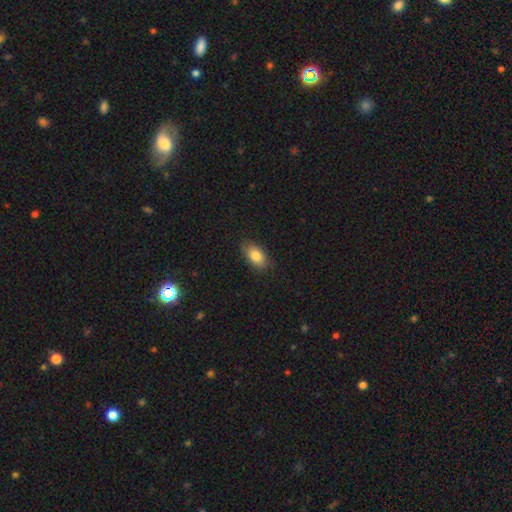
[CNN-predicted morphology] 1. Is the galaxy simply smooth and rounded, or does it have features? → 83% smooth, 10% featured or disk, 7% star or artifact.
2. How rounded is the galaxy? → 90% in between, 6% round, 3% cigar-shaped.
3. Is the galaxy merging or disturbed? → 84% none, 13% minor disturbance, 2% major disturbance, 1% merger.